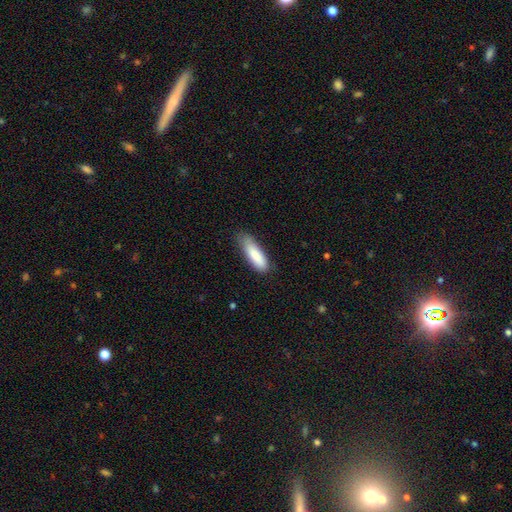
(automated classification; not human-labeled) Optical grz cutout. It shows a smooth galaxy with no disk features (85%) that is in between round and cigar-shaped (50%). Merging: none (70%).